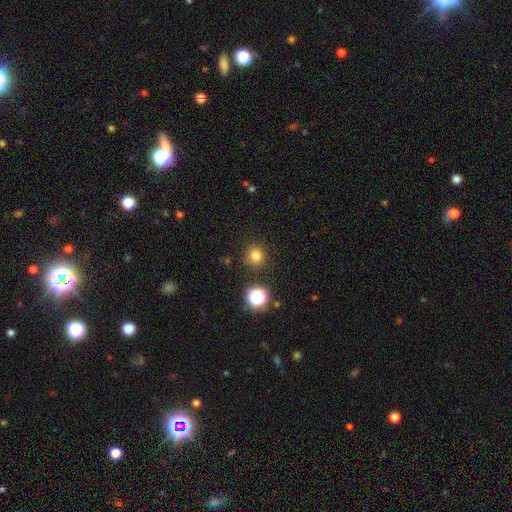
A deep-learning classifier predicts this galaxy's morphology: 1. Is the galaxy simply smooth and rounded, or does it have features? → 79% smooth, 16% star or artifact, 5% featured or disk.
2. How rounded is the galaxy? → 90% round, 9% in between, 1% cigar-shaped.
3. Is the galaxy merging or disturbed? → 87% none, 8% minor disturbance, 3% major disturbance, 3% merger.